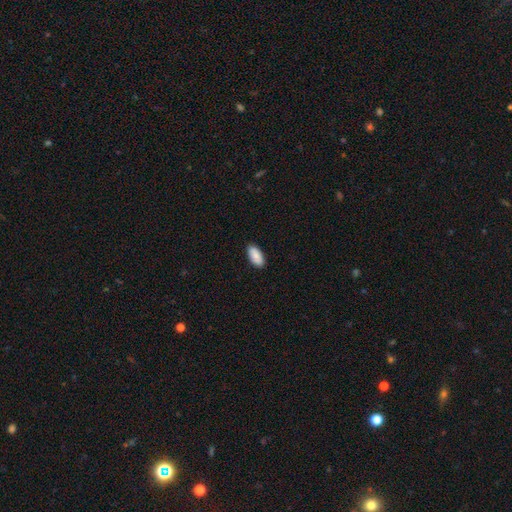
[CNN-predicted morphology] A smooth galaxy with no disk features (89%) that is in between round and cigar-shaped (92%). Merging: none (89%).